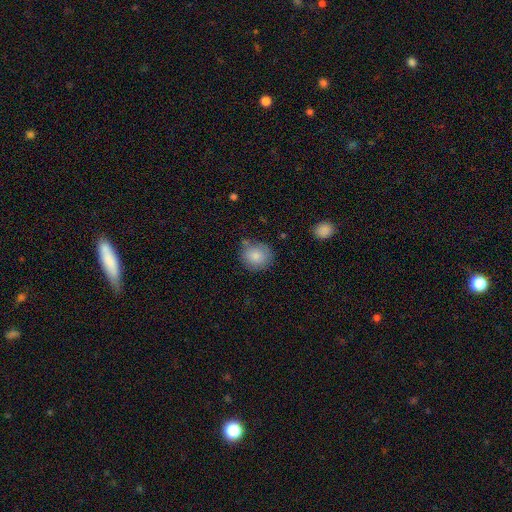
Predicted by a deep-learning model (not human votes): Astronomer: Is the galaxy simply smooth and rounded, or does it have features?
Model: smooth — 84%.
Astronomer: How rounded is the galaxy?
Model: round — 85%.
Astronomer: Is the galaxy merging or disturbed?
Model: none — 72%.